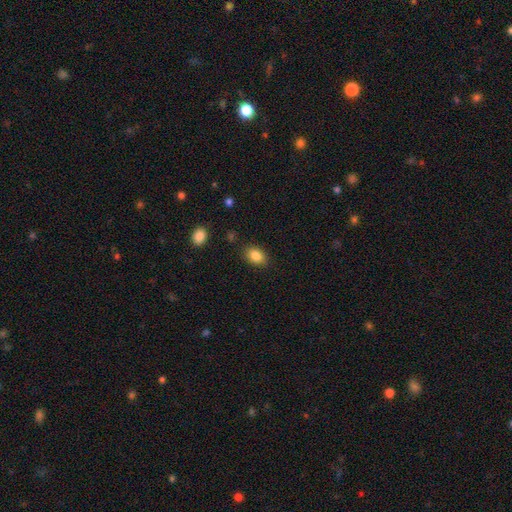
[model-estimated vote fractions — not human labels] smooth-or-featured: smooth: 85% | star or artifact: 9% | featured or disk: 6%
  how-rounded: in between: 80% | round: 18% | cigar-shaped: 1%
  merging: none: 84% | minor disturbance: 11% | major disturbance: 3% | merger: 2%